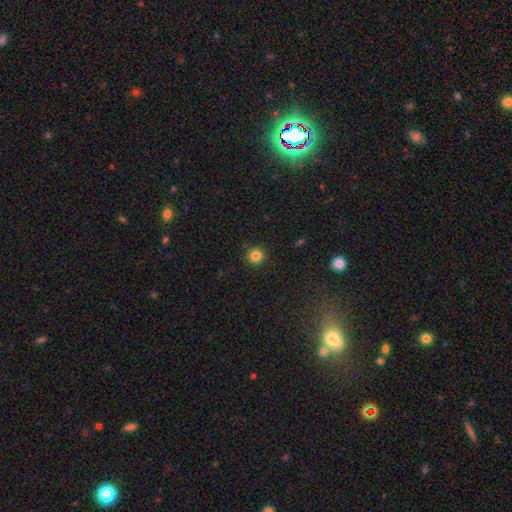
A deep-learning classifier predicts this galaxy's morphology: type=smooth (83%); roundness=round (94%); merging=none (91%).